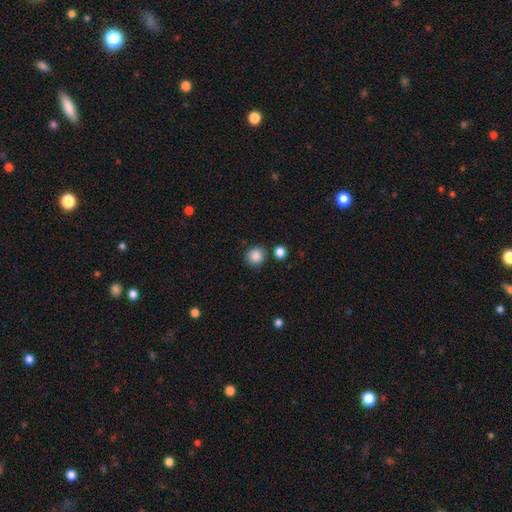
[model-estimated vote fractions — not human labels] smooth-or-featured: smooth: 87% | star or artifact: 10% | featured or disk: 4%
  how-rounded: round: 90% | in between: 9% | cigar-shaped: 1%
  merging: none: 84% | minor disturbance: 8% | merger: 5% | major disturbance: 2%